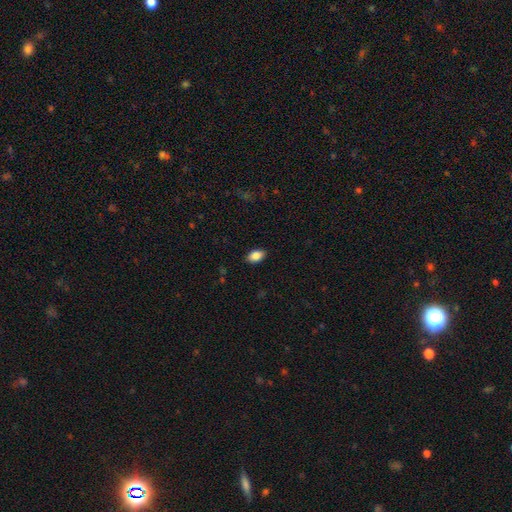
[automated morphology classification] Smooth or featured? Predicted: smooth (p=0.87). How rounded? Predicted: in between (p=0.90). Merging? Predicted: none (p=0.88).